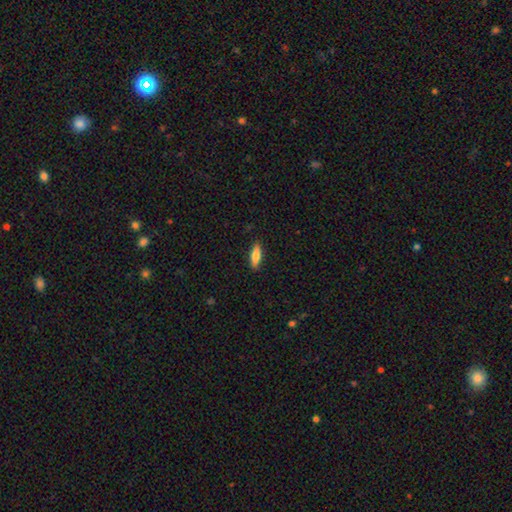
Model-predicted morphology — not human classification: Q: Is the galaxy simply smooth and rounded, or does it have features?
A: smooth — 75%.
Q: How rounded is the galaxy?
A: in between — 51%.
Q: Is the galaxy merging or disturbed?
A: none — 88%.